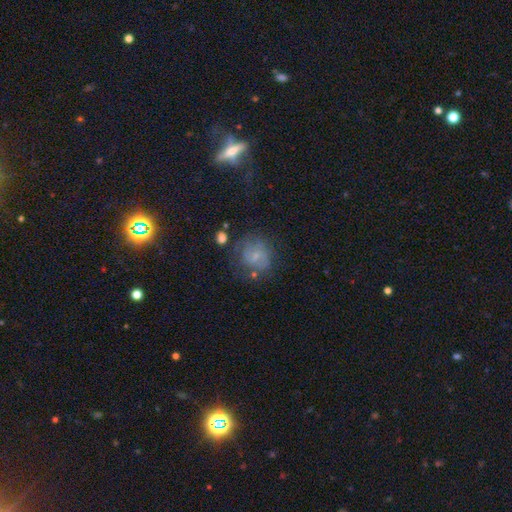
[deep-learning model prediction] smooth-or-featured: smooth: 52% | featured or disk: 35% | star or artifact: 13%
  how-rounded: round: 79% | in between: 20% | cigar-shaped: 1%
  merging: none: 55% | minor disturbance: 23% | major disturbance: 16% | merger: 6%